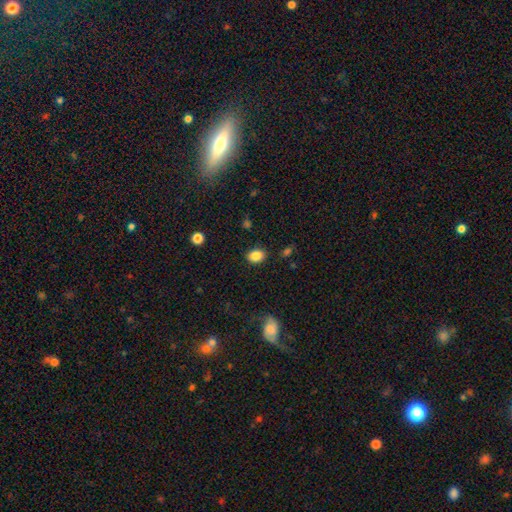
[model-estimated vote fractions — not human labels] Morphology: type=smooth (86%); roundness=in between (69%); merging=none (86%).